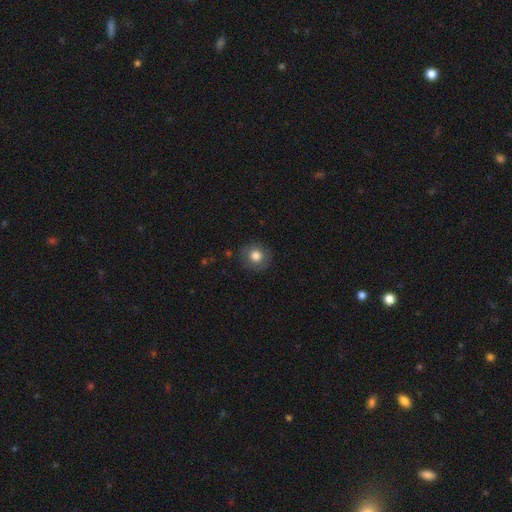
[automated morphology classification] smooth 80%, featured or disk 11%, star or artifact 10%. Down the decision tree: how rounded — round (91%); merging — none (87%).